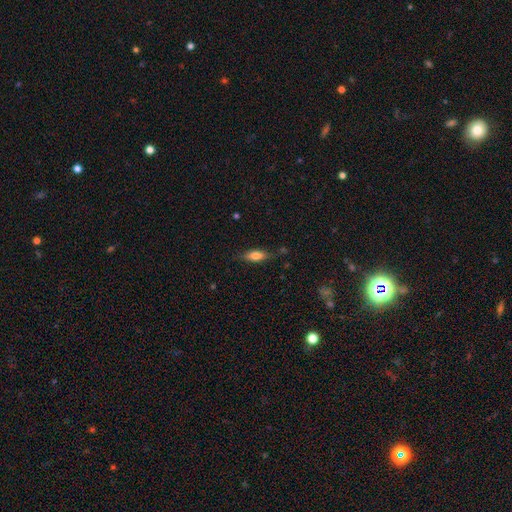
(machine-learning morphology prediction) Smooth or featured: smooth — 74% (featured or disk — 19%)
How rounded: in between — 70% (cigar-shaped — 27%)
Merging: none — 75% (minor disturbance — 18%)